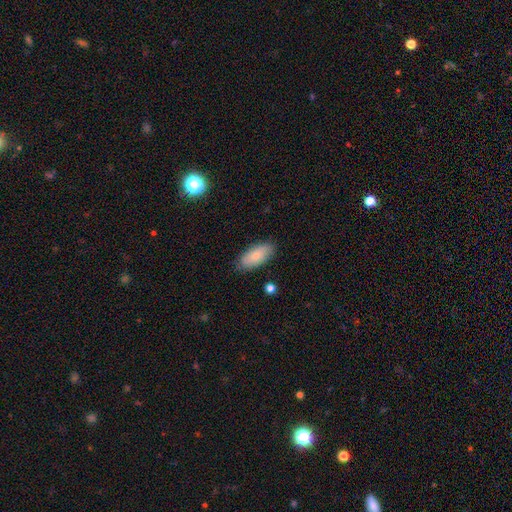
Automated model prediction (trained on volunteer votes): Q: Smooth or featured?
A: smooth (82%); runner-up: featured or disk (12%)
Q: How rounded?
A: in between (87%); runner-up: cigar-shaped (10%)
Q: Merging?
A: none (83%); runner-up: minor disturbance (13%)